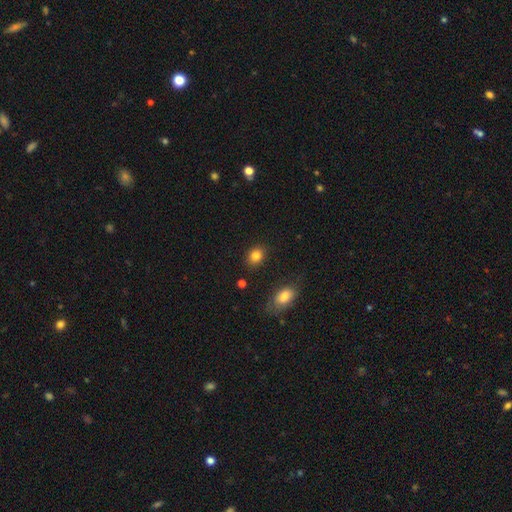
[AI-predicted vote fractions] smooth_or_featured: smooth (p=0.84) [alt: star or artifact p=0.10]
how_rounded: in between (p=0.51) [alt: round p=0.48]
merging: none (p=0.85) [alt: minor disturbance p=0.10]